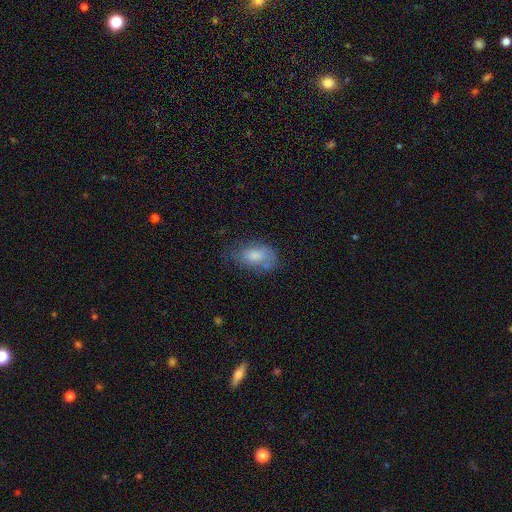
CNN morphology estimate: This is likely a smooth galaxy (77%). How rounded: clearly in between (91%). Merging: possibly none (53%).